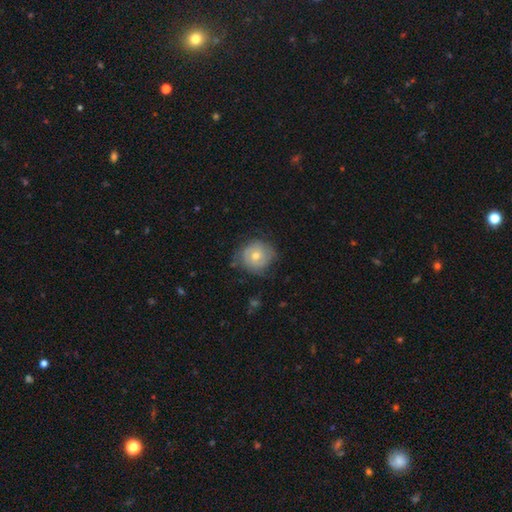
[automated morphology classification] smooth 46%, featured or disk 44%, star or artifact 10%. Down the decision tree: merging — none (68%).